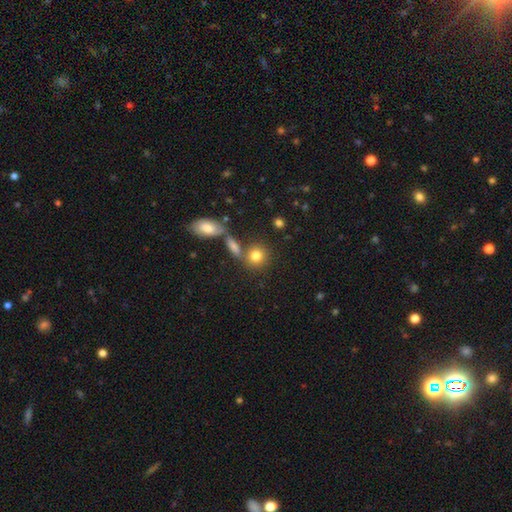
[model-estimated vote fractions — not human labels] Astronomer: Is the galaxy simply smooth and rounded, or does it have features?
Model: smooth — 80%.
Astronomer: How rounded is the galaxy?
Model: round — 72%.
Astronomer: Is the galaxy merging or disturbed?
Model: none — 62%.